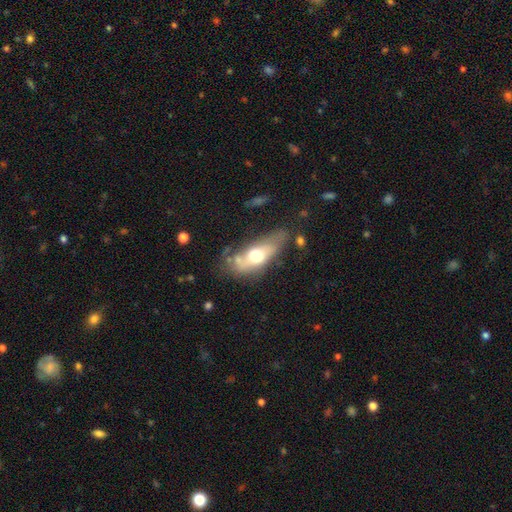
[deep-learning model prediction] Smooth or featured? Predicted: smooth (p=0.50). Merging? Predicted: none (p=0.47).